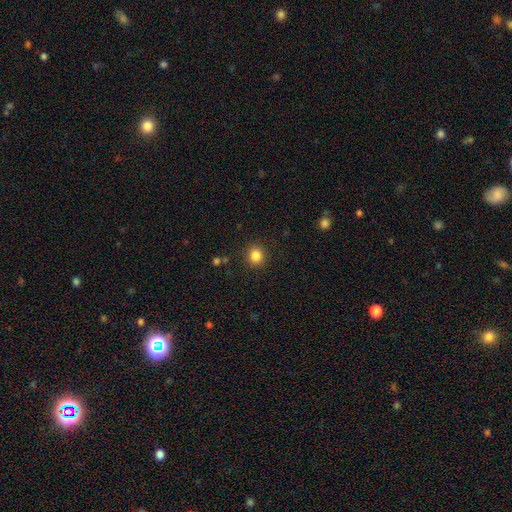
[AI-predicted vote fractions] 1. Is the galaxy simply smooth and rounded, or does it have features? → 84% smooth, 11% star or artifact, 5% featured or disk.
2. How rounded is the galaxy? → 83% round, 16% in between, 1% cigar-shaped.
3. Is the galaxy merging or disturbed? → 90% none, 7% minor disturbance, 2% major disturbance, 1% merger.